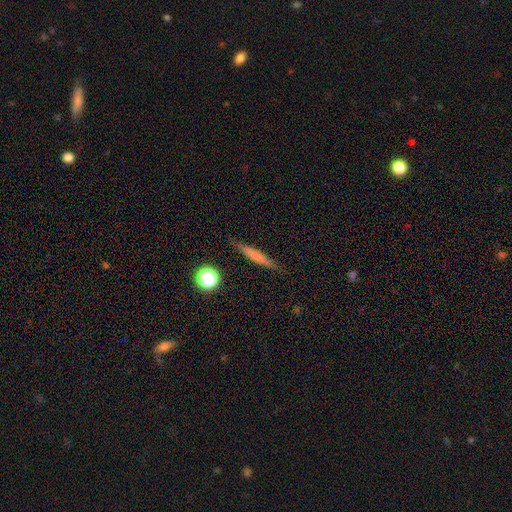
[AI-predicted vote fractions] The model was most divided on "smooth or featured": smooth: 61%, featured or disk: 30%, star or artifact: 8%. More confident: how rounded — cigar-shaped (92%); merging — none (86%).